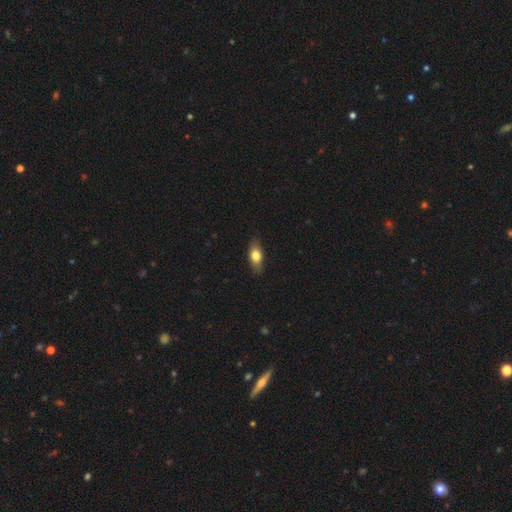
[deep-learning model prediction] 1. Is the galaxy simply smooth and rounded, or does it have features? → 74% smooth, 20% featured or disk, 7% star or artifact.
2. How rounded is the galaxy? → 80% in between, 15% cigar-shaped, 5% round.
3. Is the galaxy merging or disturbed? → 86% none, 11% minor disturbance, 2% major disturbance, 1% merger.